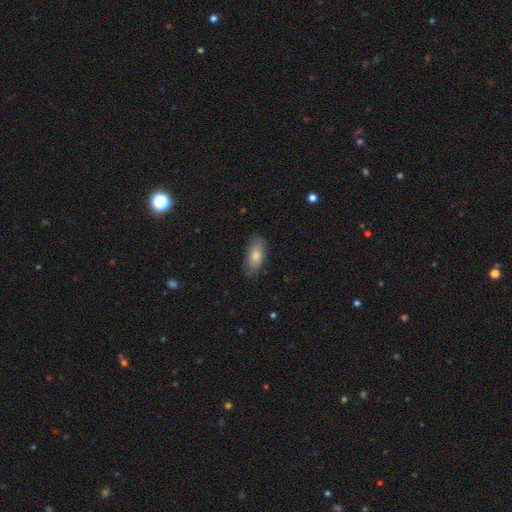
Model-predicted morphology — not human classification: smooth_or_featured: smooth (p=0.79) [alt: featured or disk p=0.15]
how_rounded: in between (p=0.88) [alt: cigar-shaped p=0.09]
merging: none (p=0.78) [alt: minor disturbance p=0.17]